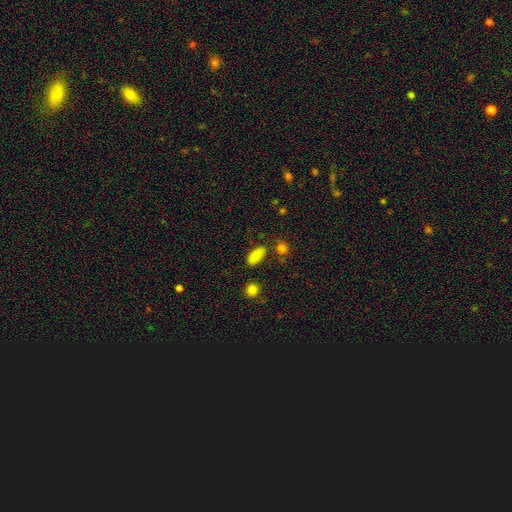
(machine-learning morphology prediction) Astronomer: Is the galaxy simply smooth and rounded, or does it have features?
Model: smooth — 84%.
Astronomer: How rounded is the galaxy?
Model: in between — 89%.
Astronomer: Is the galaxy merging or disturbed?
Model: none — 78%.